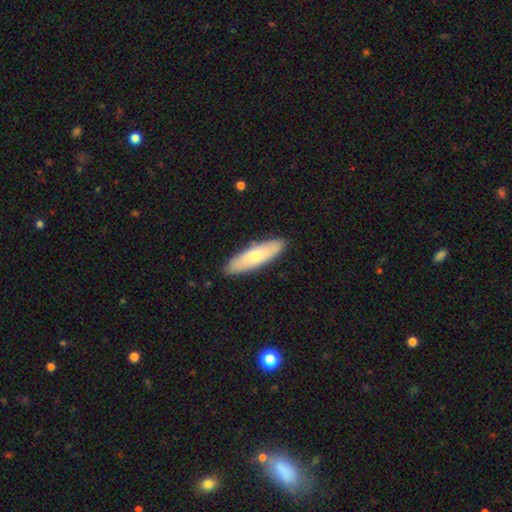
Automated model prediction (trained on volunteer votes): Smooth or featured?
  - smooth: 64% *
  - featured or disk: 31%
  - star or artifact: 5%
How rounded?
  - cigar-shaped: 58% *
  - in between: 40%
  - round: 2%
Merging?
  - none: 89% *
  - minor disturbance: 9%
  - major disturbance: 2%
  - merger: 1%